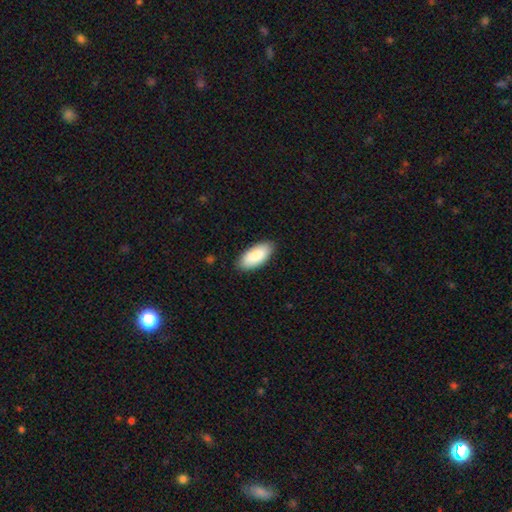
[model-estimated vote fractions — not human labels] This is clearly a smooth galaxy (89%). How rounded: clearly in between (92%). Merging: clearly none (86%).